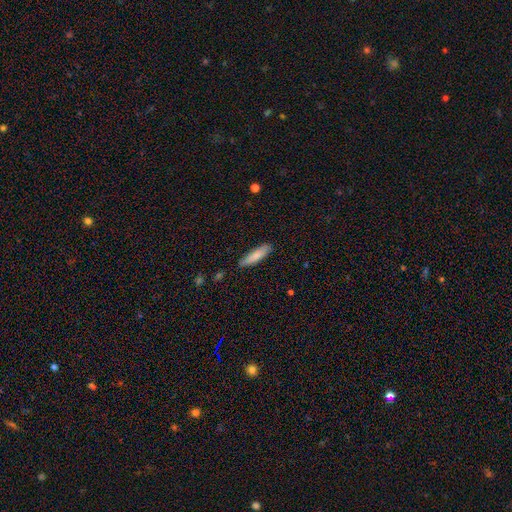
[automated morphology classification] Smooth or featured?
  - smooth: 79% *
  - featured or disk: 15%
  - star or artifact: 6%
How rounded?
  - cigar-shaped: 75% *
  - in between: 23%
  - round: 1%
Merging?
  - none: 84% *
  - minor disturbance: 13%
  - major disturbance: 2%
  - merger: 1%